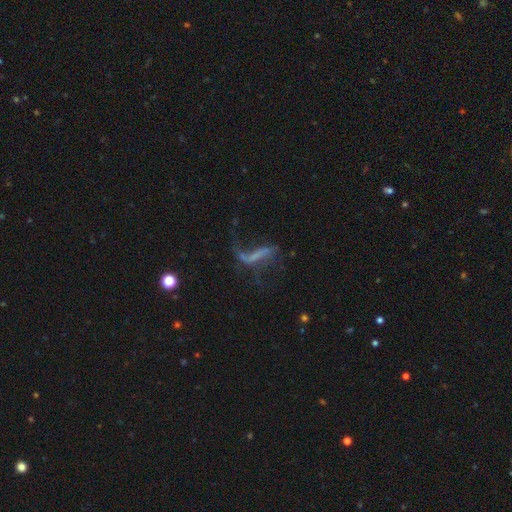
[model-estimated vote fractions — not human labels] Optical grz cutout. It shows a featured or disk galaxy (63%) with no bar (41%), spiral arms (61%) and no central bulge (71%). Merging: major disturbance (41%).